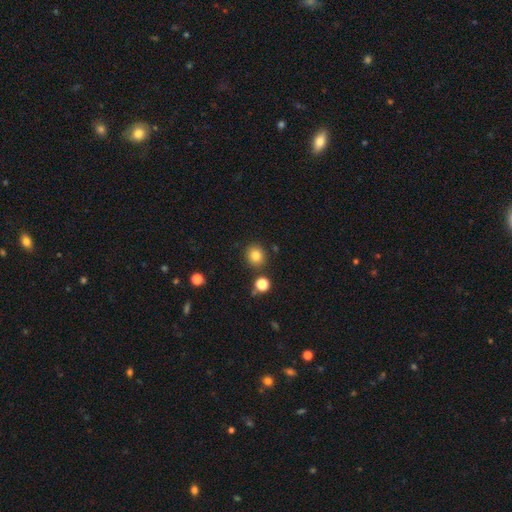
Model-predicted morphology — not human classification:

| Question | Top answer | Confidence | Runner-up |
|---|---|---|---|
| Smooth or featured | smooth | 81% | star or artifact (12%) |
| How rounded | round | 88% | in between (11%) |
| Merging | none | 85% | minor disturbance (7%) |